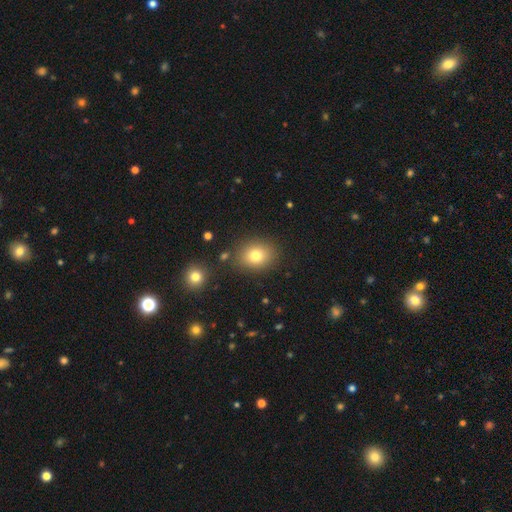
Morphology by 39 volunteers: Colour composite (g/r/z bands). It shows a smooth galaxy with no disk features (85%) that is round (48%, tied with in between). Merging: none (84%).